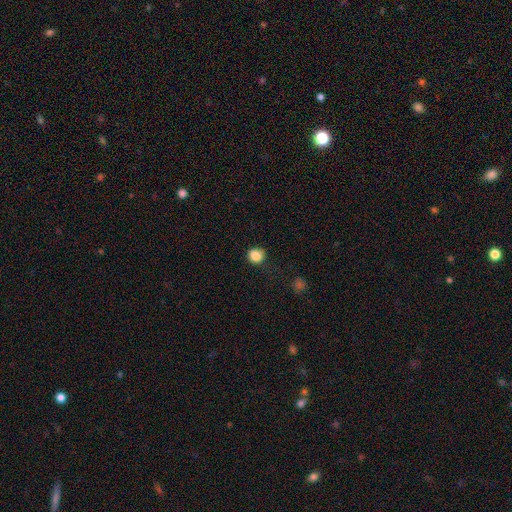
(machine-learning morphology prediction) The model was most divided on "merging": none: 73%, minor disturbance: 19%, major disturbance: 5%, merger: 3%. More confident: smooth or featured — smooth (85%); how rounded — round (81%).